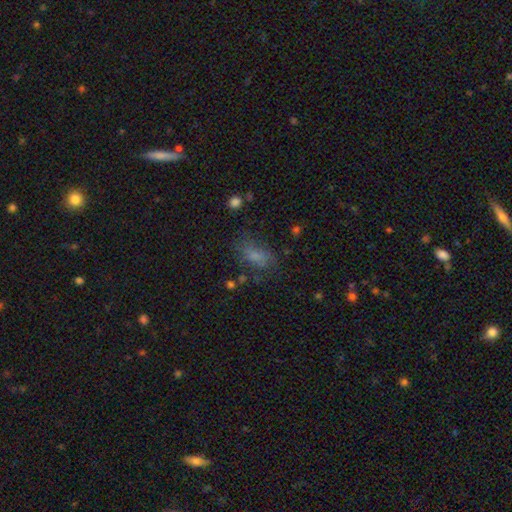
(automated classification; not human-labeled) The model was most divided on "merging": none: 55%, minor disturbance: 24%, major disturbance: 18%, merger: 4%. More confident: how rounded — in between (84%); smooth or featured — smooth (69%).